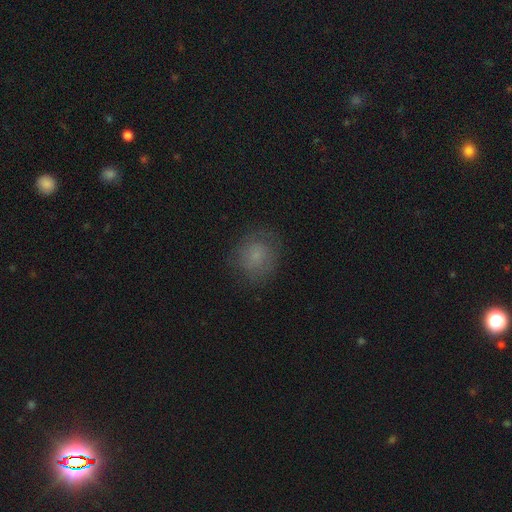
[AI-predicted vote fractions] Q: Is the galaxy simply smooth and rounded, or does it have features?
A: smooth — 67%.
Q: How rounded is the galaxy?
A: round — 75%.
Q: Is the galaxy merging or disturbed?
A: none — 73%.